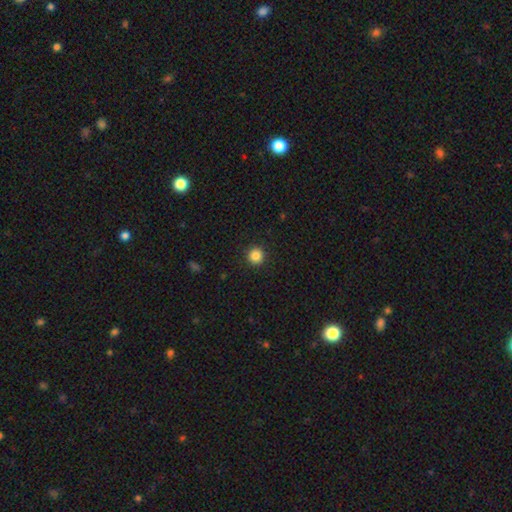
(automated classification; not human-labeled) smooth_or_featured: smooth (p=0.85) [alt: star or artifact p=0.11]
how_rounded: round (p=0.95) [alt: in between p=0.04]
merging: none (p=0.92) [alt: minor disturbance p=0.05]